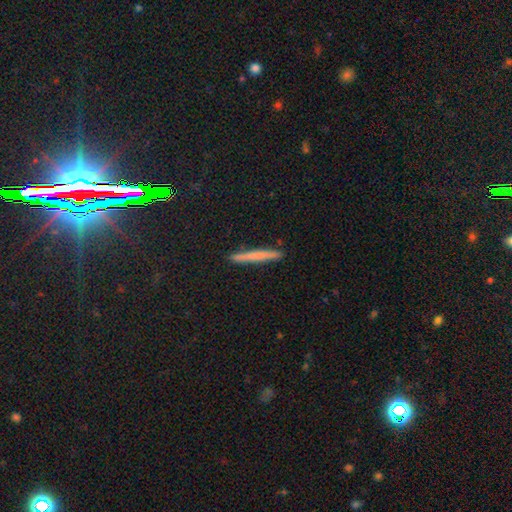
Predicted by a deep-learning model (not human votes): smooth 62%, featured or disk 29%, star or artifact 10%. Down the decision tree: how rounded — cigar-shaped (96%); merging — none (91%).